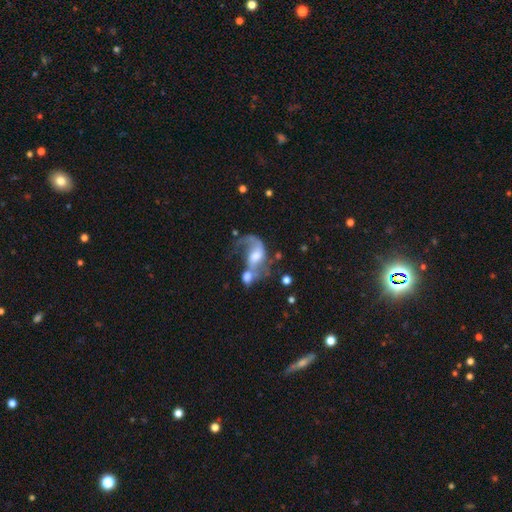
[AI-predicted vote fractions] Smooth or featured?
  - featured or disk: 74% *
  - smooth: 17%
  - star or artifact: 8%
Edge-on disk?
  - no: 97% *
  - yes: 3%
Bar?
  - no: 48% *
  - weak: 39%
  - strong: 12%
Spiral arms?
  - yes: 87% *
  - no: 13%
Spiral winding?
  - loose: 64% *
  - medium: 29%
  - tight: 7%
Spiral arm count?
  - 1: 48% *
  - 2: 43%
  - can't tell: 6%
  - 3: 1%
  - 4: 1%
  - more than 4: 1%
Bulge size?
  - moderate: 44% *
  - large: 23%
  - small: 19%
  - none: 11%
  - dominant: 3%
Merging?
  - merger: 44% *
  - major disturbance: 26%
  - none: 21%
  - minor disturbance: 10%